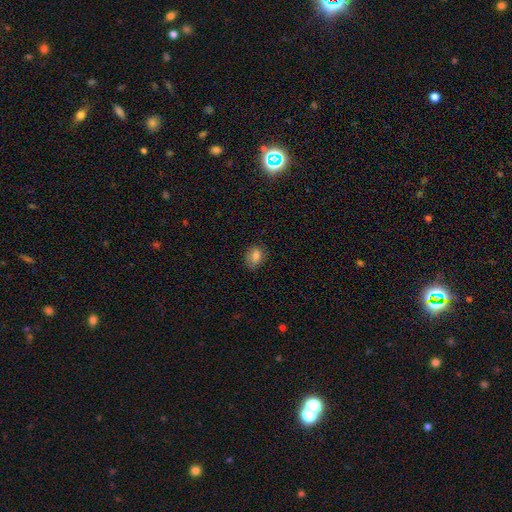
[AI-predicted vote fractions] Overall: smooth (83%). How rounded: in between (66%; round 33%). Merging: none (75%).